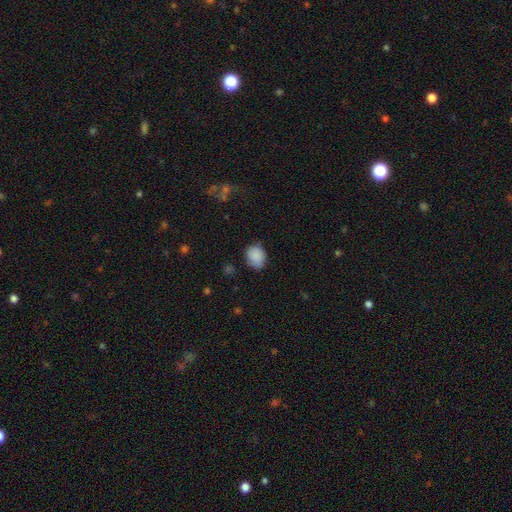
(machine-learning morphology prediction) Smooth or featured: smooth — 86% (star or artifact — 8%)
How rounded: round — 55% (in between — 44%)
Merging: none — 68% (minor disturbance — 26%)